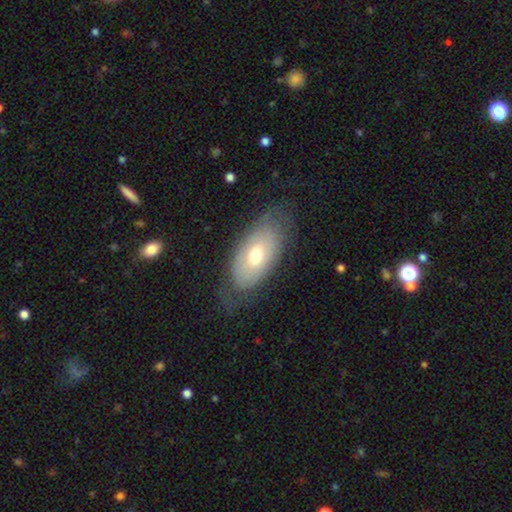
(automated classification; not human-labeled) The model was most divided on "smooth or featured": smooth: 49%, featured or disk: 44%, star or artifact: 7%. More confident: merging — none (68%).